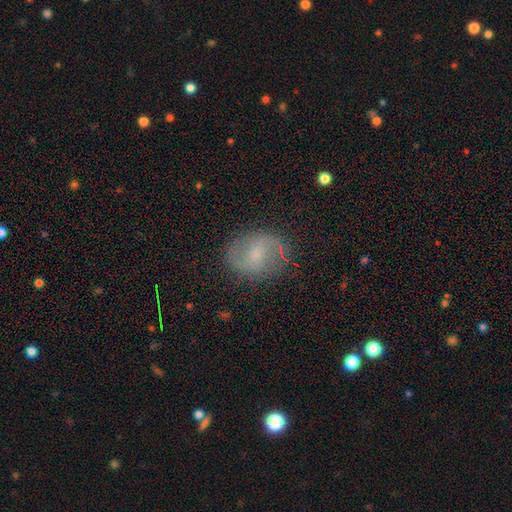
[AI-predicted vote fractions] Smooth or featured: featured or disk — 72% (smooth — 20%)
Edge-on disk: no — 97% (yes — 3%)
Bar: weak — 55% (no — 31%)
Spiral arms: yes — 92% (no — 8%)
Spiral winding: medium — 44% (loose — 40%)
Spiral arm count: 2 — 88% (can't tell — 6%)
Bulge size: small — 51% (moderate — 31%)
Merging: none — 80% (minor disturbance — 14%)